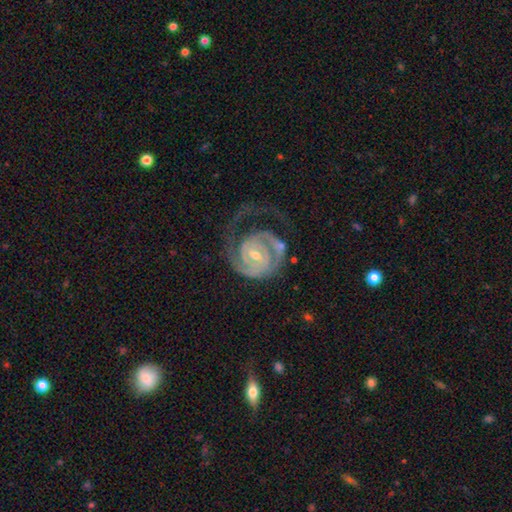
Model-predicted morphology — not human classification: The model was most divided on "bulge size": small: 50%, moderate: 46%, large: 2%, none: 2%, dominant: 1%. Remaining: edge-on disk — no (98%); spiral arms — yes (98%); smooth or featured — featured or disk (91%); spiral winding — tight (67%); spiral arm count — 2 (64%); merging — none (52%); bar — weak (48%).